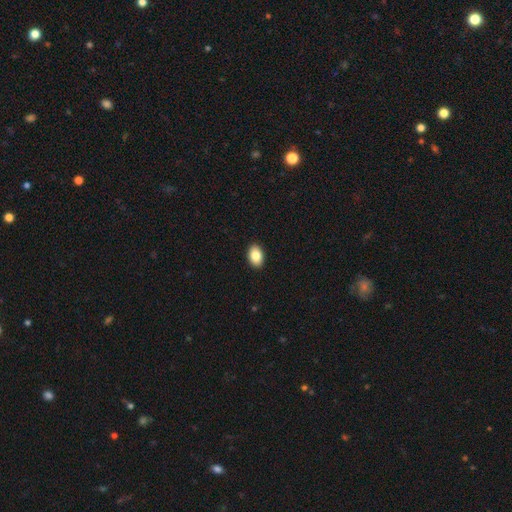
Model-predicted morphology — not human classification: Smooth or featured: smooth — 85% (star or artifact — 7%)
How rounded: in between — 86% (round — 13%)
Merging: none — 91% (minor disturbance — 6%)